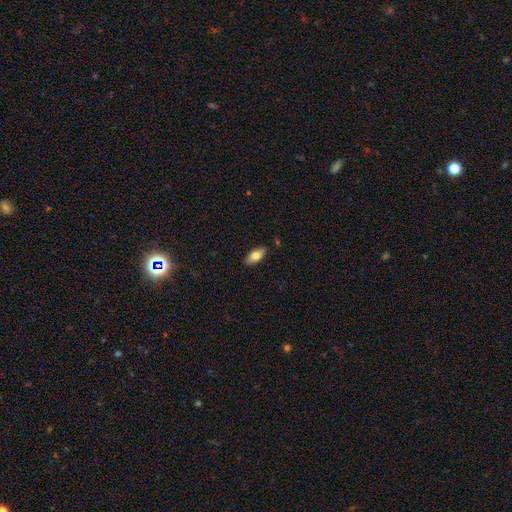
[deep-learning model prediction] This is likely a smooth galaxy (78%). How rounded: clearly in between (88%). Merging: clearly none (86%).